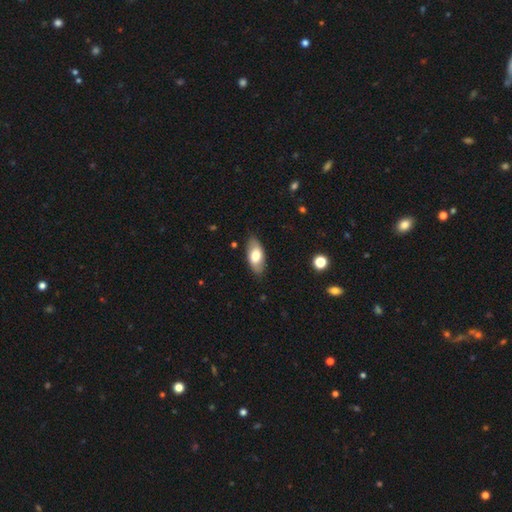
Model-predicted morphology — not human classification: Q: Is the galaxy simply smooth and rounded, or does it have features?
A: smooth — 70%.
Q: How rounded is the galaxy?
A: in between — 91%.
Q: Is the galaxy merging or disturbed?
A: none — 84%.